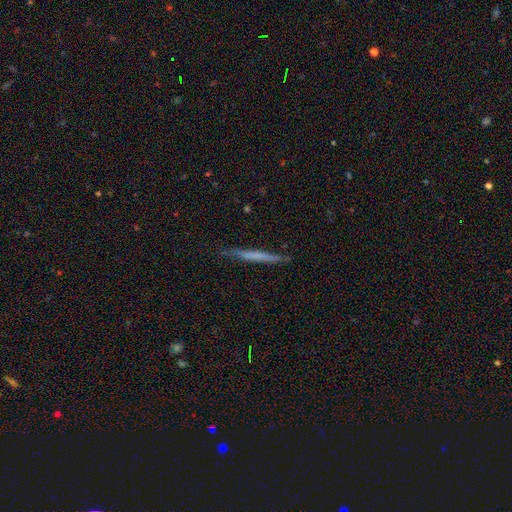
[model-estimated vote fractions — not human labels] Smooth or featured: smooth — 50% (featured or disk — 45%)
Merging: none — 87% (minor disturbance — 10%)